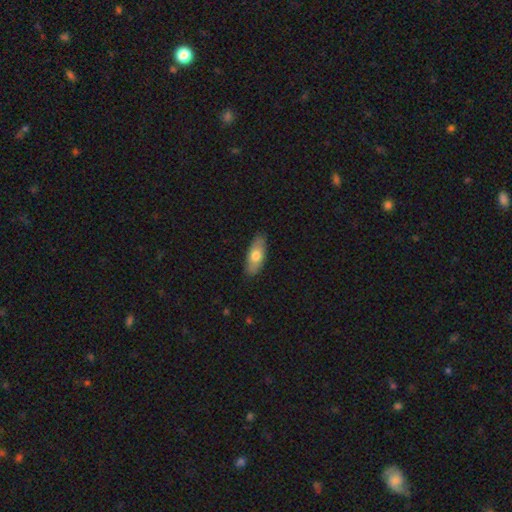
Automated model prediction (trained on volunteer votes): smooth_or_featured: smooth (p=0.69) [alt: featured or disk p=0.26]
how_rounded: in between (p=0.78) [alt: cigar-shaped p=0.19]
merging: none (p=0.85) [alt: minor disturbance p=0.11]